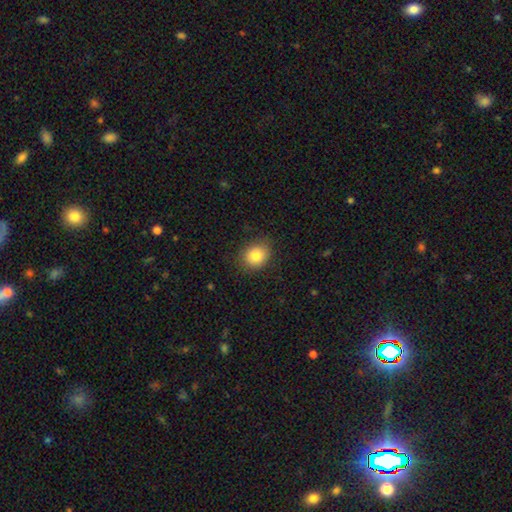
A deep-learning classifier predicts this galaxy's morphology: A smooth galaxy with no disk features (83%) that is round (61%).

Vote fractions:
- Smooth or featured? smooth: 83% / star or artifact: 9% / featured or disk: 8%
- How rounded? round: 61% / in between: 38% / cigar-shaped: 1%
- Merging? none: 83% / minor disturbance: 13% / major disturbance: 3% / merger: 1%